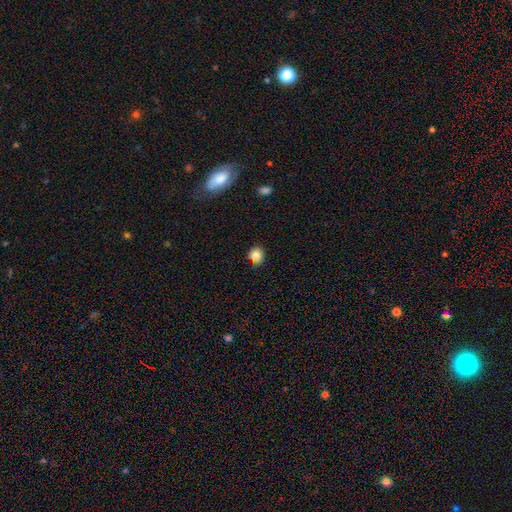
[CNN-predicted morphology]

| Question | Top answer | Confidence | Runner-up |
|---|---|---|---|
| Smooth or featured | smooth | 82% | star or artifact (11%) |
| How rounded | round | 76% | in between (23%) |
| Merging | none | 64% | minor disturbance (27%) |